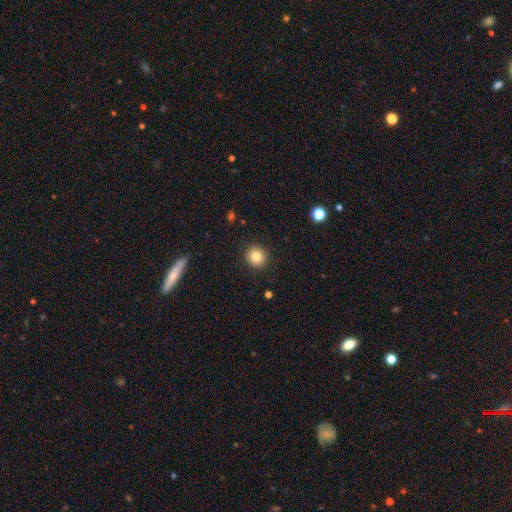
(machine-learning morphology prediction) Smooth or featured? smooth (83%)
How rounded? round (91%)
Merging? none (91%)